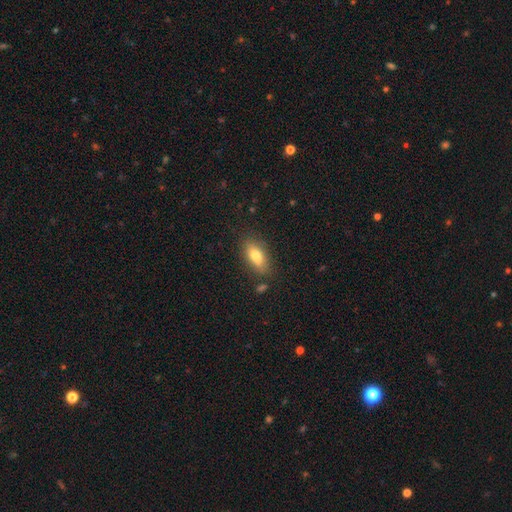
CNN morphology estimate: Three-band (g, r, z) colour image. It shows a smooth galaxy with no disk features (74%) that is in between round and cigar-shaped (82%). Merging: none (77%).